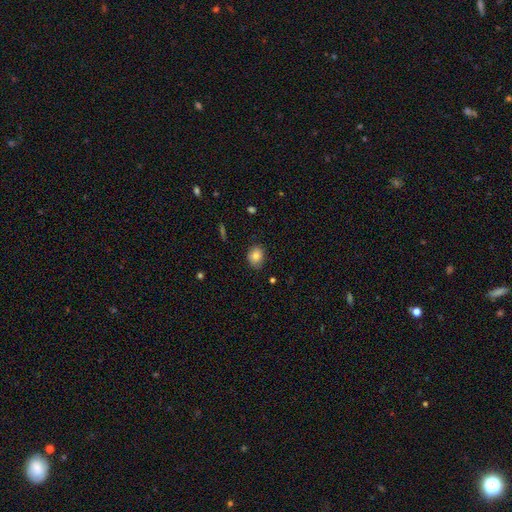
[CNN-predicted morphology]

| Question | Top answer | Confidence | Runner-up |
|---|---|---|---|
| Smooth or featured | smooth | 83% | star or artifact (9%) |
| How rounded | round | 51% | in between (48%) |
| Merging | none | 81% | minor disturbance (15%) |